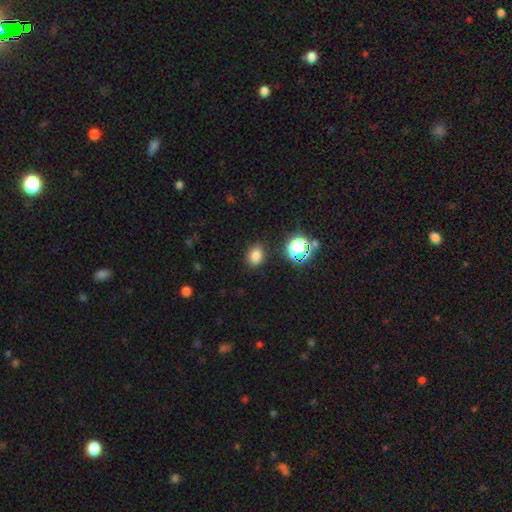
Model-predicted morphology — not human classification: This appears to be a smooth galaxy with no disk features (78%) that is round (53%). Merging: none (84%).